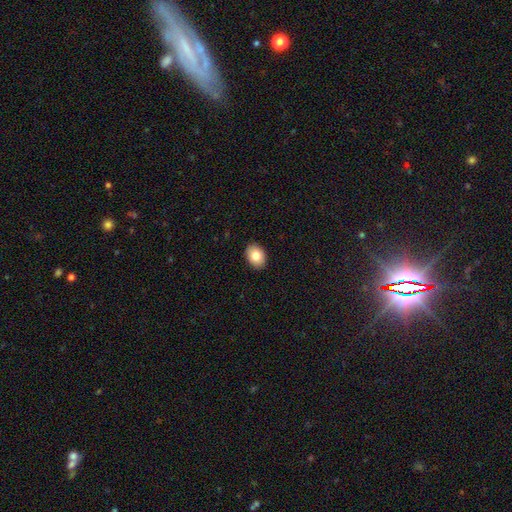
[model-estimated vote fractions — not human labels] Smooth or featured? smooth (83%)
How rounded? in between (69%)
Merging? none (91%)